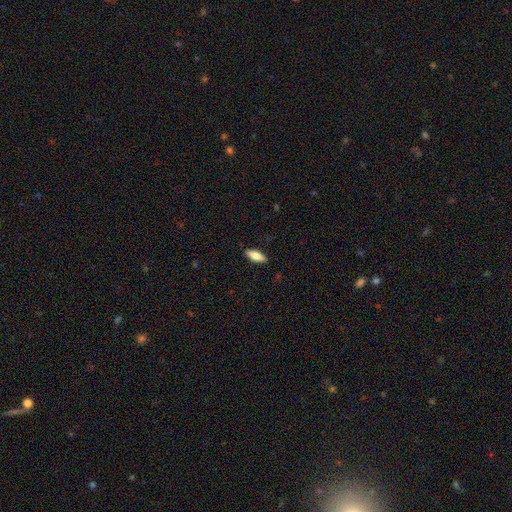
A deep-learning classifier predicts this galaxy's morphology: A smooth galaxy with no disk features (81%) that is in between round and cigar-shaped (67%).

Vote fractions:
- Smooth or featured? smooth: 81% / featured or disk: 14% / star or artifact: 6%
- How rounded? in between: 67% / cigar-shaped: 31% / round: 2%
- Merging? none: 88% / minor disturbance: 9% / major disturbance: 2% / merger: 1%